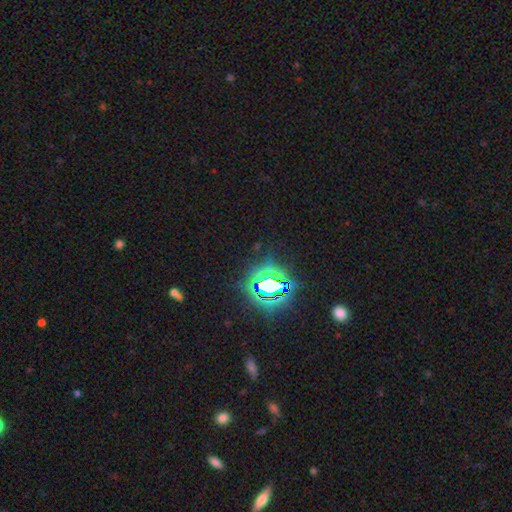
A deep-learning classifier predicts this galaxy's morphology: Overall: star or artifact (82%).